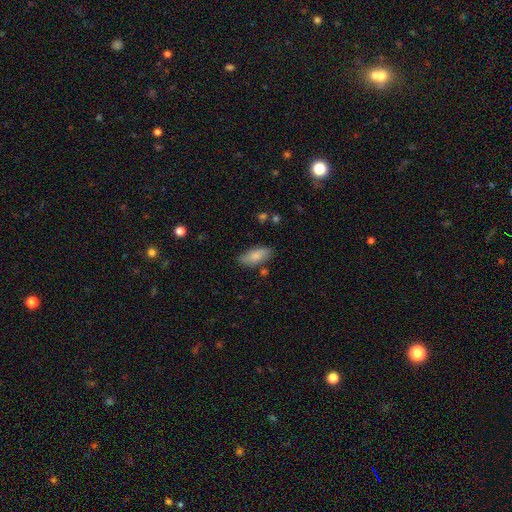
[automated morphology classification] Smooth or featured? smooth (82%)
How rounded? in between (84%)
Merging? none (78%)